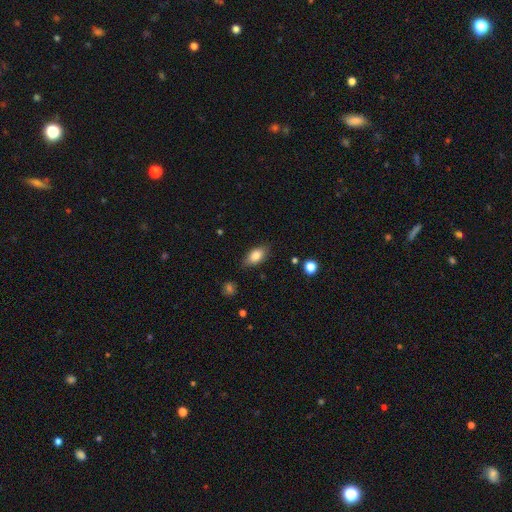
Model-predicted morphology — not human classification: Q: Smooth or featured?
A: smooth (83%); runner-up: featured or disk (10%)
Q: How rounded?
A: in between (90%); runner-up: round (5%)
Q: Merging?
A: none (83%); runner-up: minor disturbance (13%)